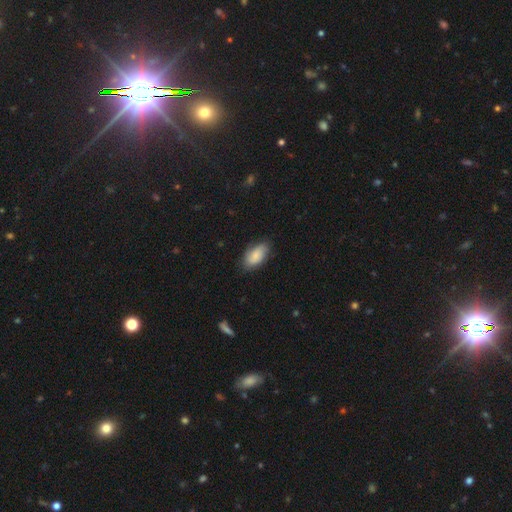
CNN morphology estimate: type=smooth (82%); roundness=in between (93%); merging=none (77%).